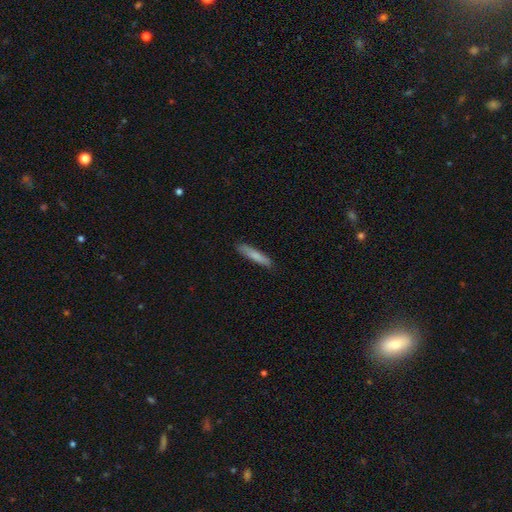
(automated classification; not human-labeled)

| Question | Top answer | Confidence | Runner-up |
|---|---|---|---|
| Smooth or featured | smooth | 80% | featured or disk (14%) |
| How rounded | cigar-shaped | 89% | in between (10%) |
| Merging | none | 86% | minor disturbance (11%) |